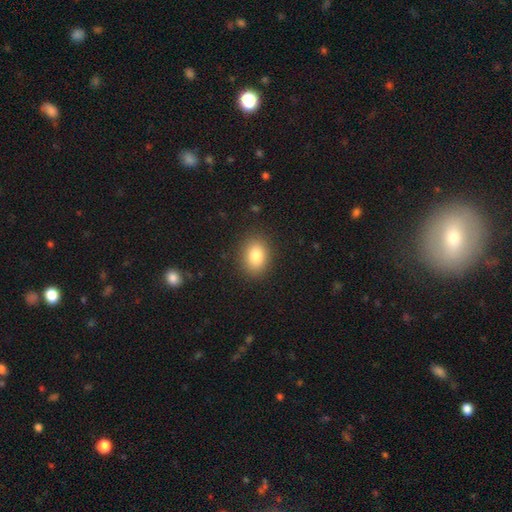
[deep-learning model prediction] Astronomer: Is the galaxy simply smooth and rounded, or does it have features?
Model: smooth — 84%.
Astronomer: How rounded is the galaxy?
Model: in between — 69%.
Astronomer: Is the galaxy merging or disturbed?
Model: none — 88%.